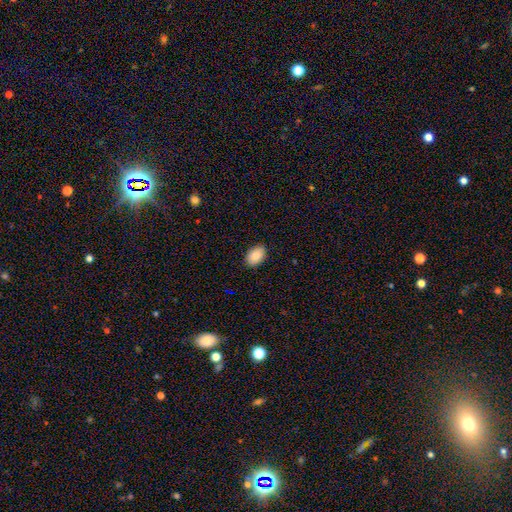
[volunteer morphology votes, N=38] Smooth or featured? 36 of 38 (95%) said smooth. How rounded? 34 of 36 (94%) said in between. Merging? 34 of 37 (92%) said none.